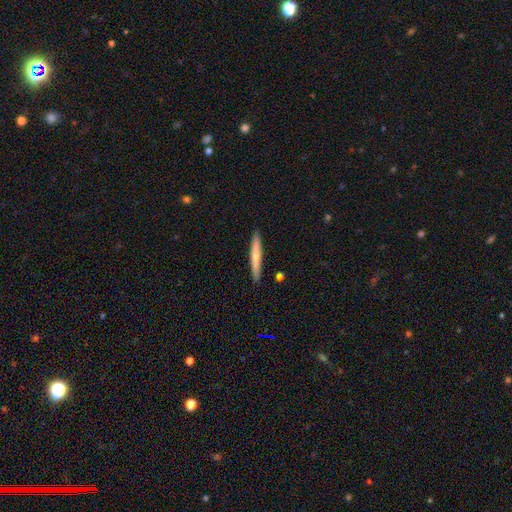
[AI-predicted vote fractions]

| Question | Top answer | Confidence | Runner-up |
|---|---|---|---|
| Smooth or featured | smooth | 62% | featured or disk (33%) |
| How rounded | cigar-shaped | 95% | in between (4%) |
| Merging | none | 90% | minor disturbance (7%) |